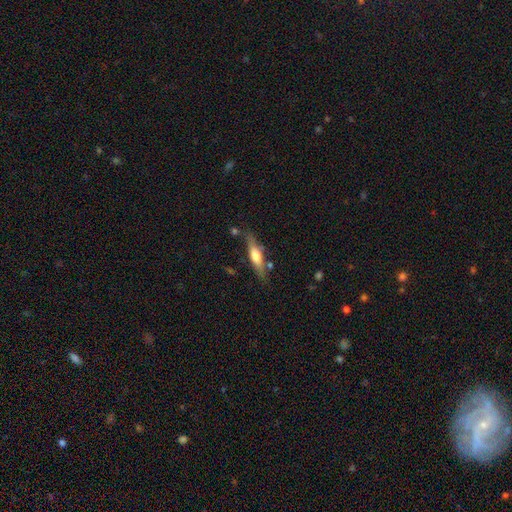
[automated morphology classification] Smooth or featured? Predicted: featured or disk (p=0.51). Edge-on disk? Predicted: yes (p=0.89). Merging? Predicted: none (p=0.72).